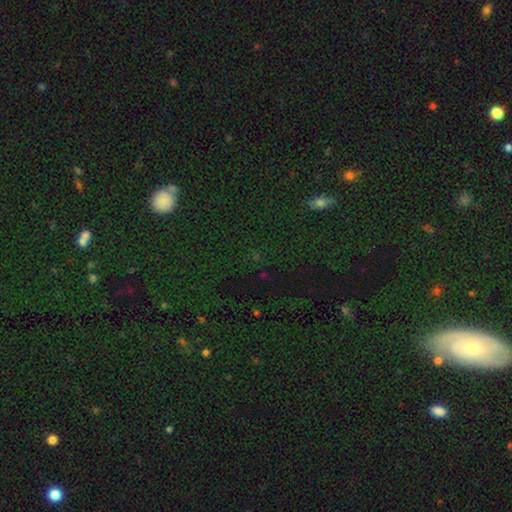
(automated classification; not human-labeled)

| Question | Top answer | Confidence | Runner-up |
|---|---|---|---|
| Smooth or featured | star or artifact | 65% | smooth (24%) |